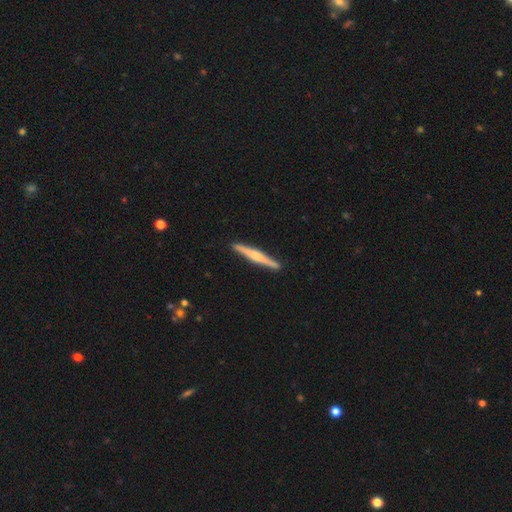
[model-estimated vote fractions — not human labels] Smooth or featured? Predicted: featured or disk (p=0.66). Edge-on disk? Predicted: yes (p=0.98). Edge-on bulge? Predicted: rounded (p=0.71). Merging? Predicted: none (p=0.91).